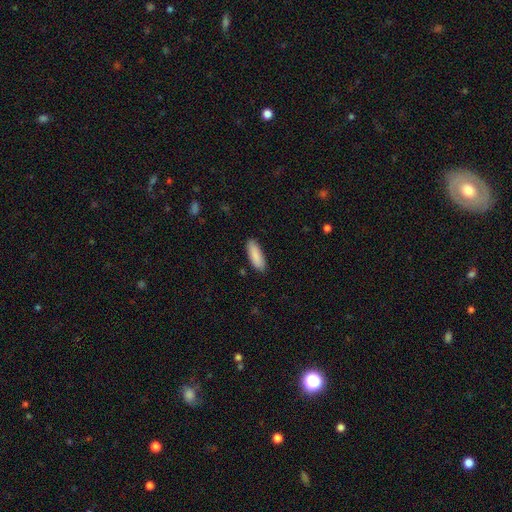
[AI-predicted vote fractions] Smooth or featured: smooth — 89% (star or artifact — 6%)
How rounded: in between — 63% (cigar-shaped — 35%)
Merging: none — 88% (minor disturbance — 9%)